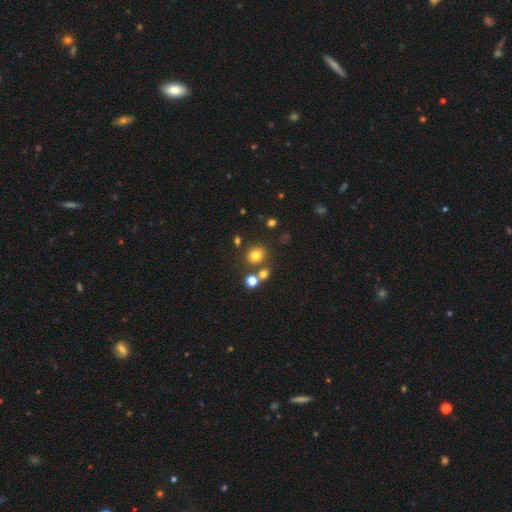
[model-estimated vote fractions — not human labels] Smooth or featured: smooth — 76% (star or artifact — 16%)
How rounded: round — 74% (in between — 25%)
Merging: none — 74% (merger — 13%)